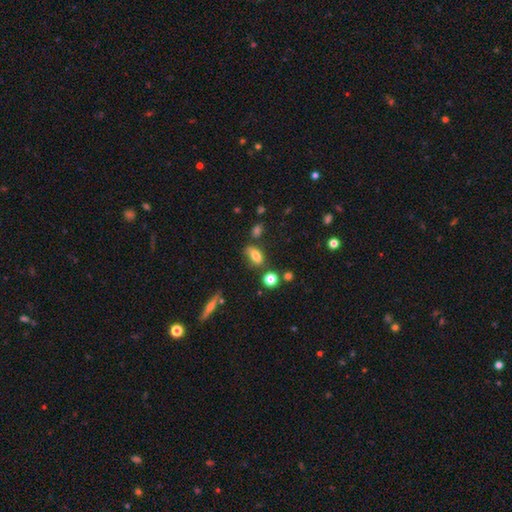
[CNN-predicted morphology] Q: Smooth or featured?
A: smooth (77%); runner-up: featured or disk (12%)
Q: How rounded?
A: in between (84%); runner-up: cigar-shaped (8%)
Q: Merging?
A: none (57%); runner-up: minor disturbance (25%)